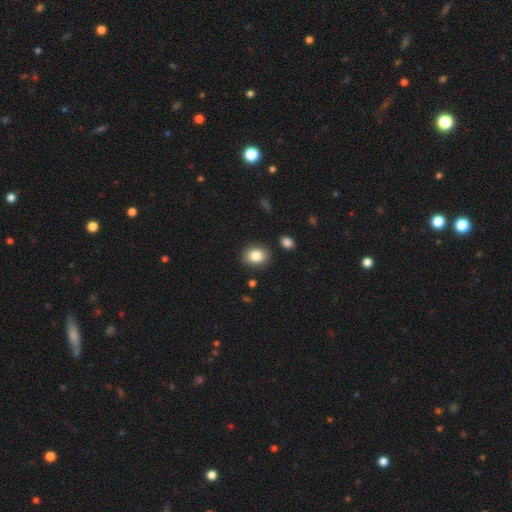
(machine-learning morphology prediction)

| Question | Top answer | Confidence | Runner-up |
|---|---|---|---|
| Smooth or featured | smooth | 84% | star or artifact (9%) |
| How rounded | round | 56% | in between (43%) |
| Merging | none | 87% | minor disturbance (8%) |